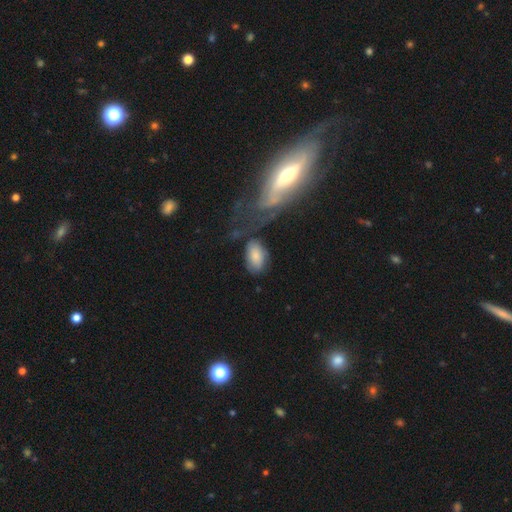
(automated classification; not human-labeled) A smooth galaxy with no disk features (76%) that is in between round and cigar-shaped (91%).

Vote fractions:
- Smooth or featured? smooth: 76% / featured or disk: 18% / star or artifact: 7%
- How rounded? in between: 91% / round: 7% / cigar-shaped: 2%
- Merging? none: 55% / minor disturbance: 21% / merger: 13% / major disturbance: 11%